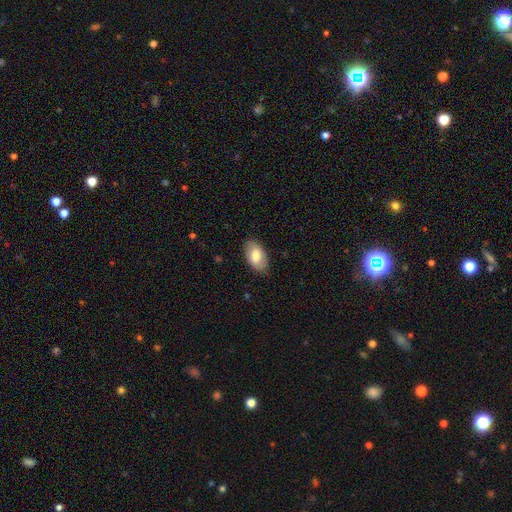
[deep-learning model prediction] Q: Smooth or featured?
A: smooth (76%); runner-up: featured or disk (18%)
Q: How rounded?
A: in between (94%); runner-up: round (4%)
Q: Merging?
A: none (84%); runner-up: minor disturbance (12%)